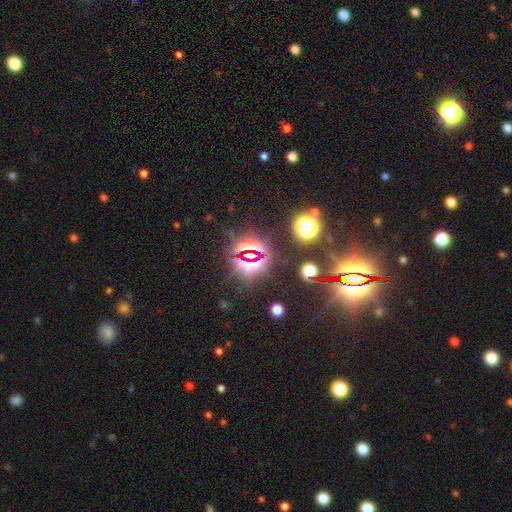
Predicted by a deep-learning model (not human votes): The model was most divided on "smooth or featured": star or artifact: 78%, smooth: 14%, featured or disk: 9%.